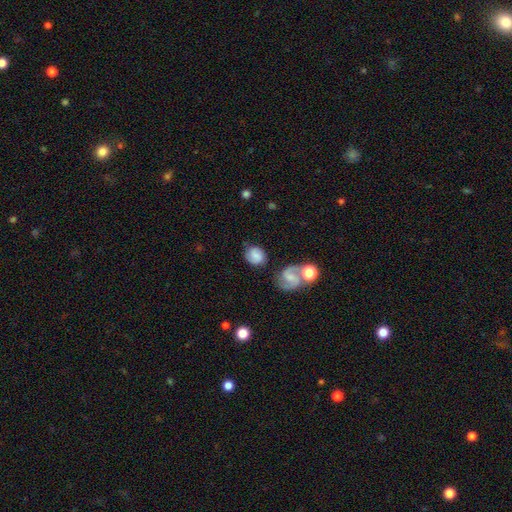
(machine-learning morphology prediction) type=smooth (61%); roundness=round (69%); merging=none (69%).